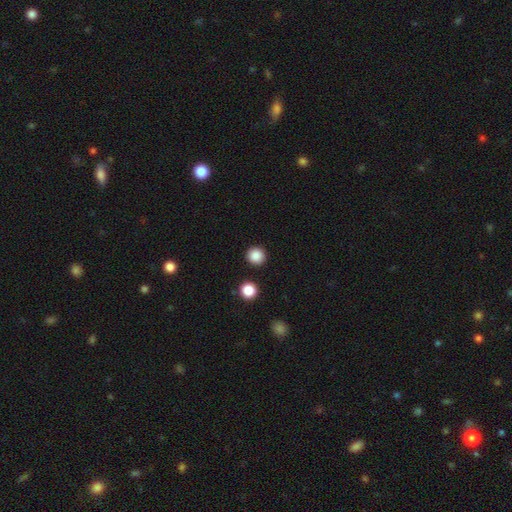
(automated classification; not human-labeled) A smooth galaxy with no disk features (87%) that is round (94%).

Vote fractions:
- Smooth or featured? smooth: 87% / star or artifact: 10% / featured or disk: 3%
- How rounded? round: 94% / in between: 5% / cigar-shaped: 1%
- Merging? none: 91% / minor disturbance: 5% / merger: 2% / major disturbance: 2%